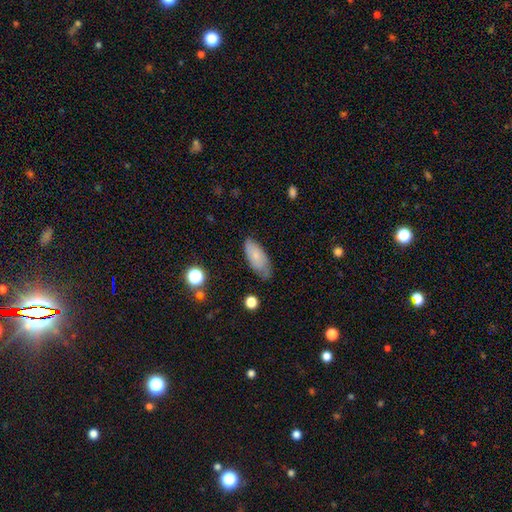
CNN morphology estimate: Smooth or featured: smooth — 70% (featured or disk — 23%)
How rounded: in between — 85% (cigar-shaped — 13%)
Merging: none — 67% (minor disturbance — 26%)